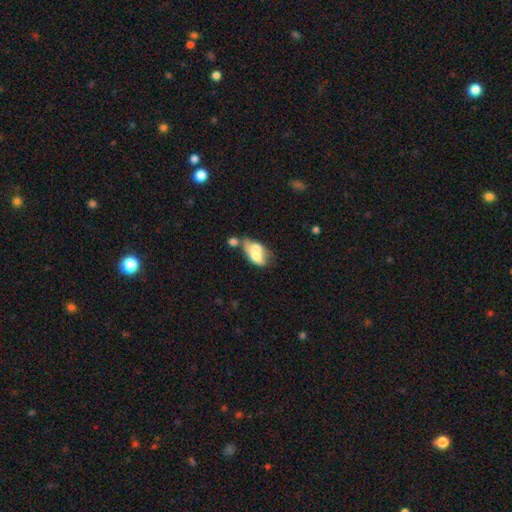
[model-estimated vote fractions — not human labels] This is possibly a smooth galaxy (56%). How rounded: clearly in between (85%). Merging: possibly merger (59%).